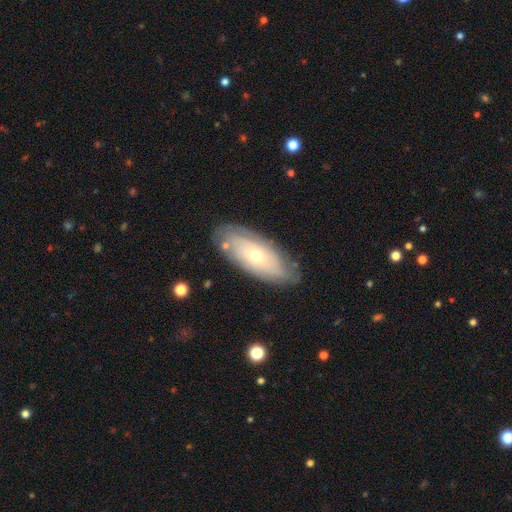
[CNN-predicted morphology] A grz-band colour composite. It shows a featured or disk galaxy (60%). Merging: none (79%).